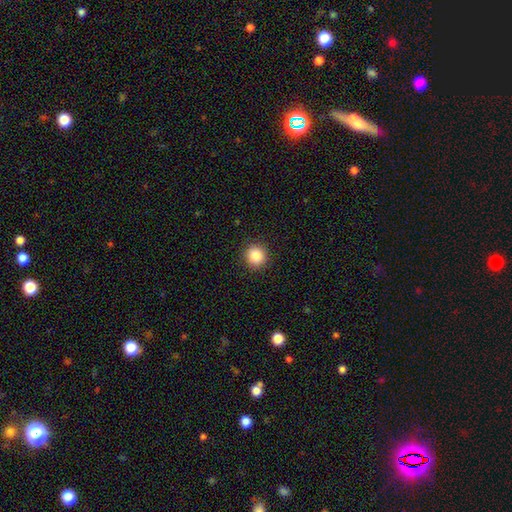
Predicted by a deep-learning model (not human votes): smooth-or-featured: smooth: 86% | star or artifact: 10% | featured or disk: 4%
  how-rounded: round: 93% | in between: 6% | cigar-shaped: 1%
  merging: none: 92% | minor disturbance: 5% | major disturbance: 2% | merger: 1%